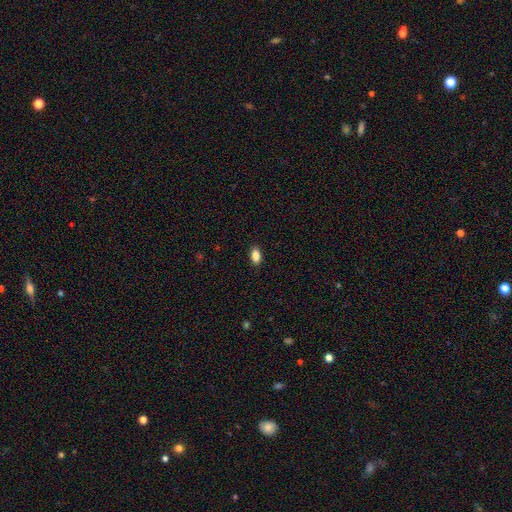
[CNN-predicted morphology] The model was most divided on "smooth or featured": smooth: 86%, star or artifact: 8%, featured or disk: 6%. More confident: how rounded — in between (91%); merging — none (90%).